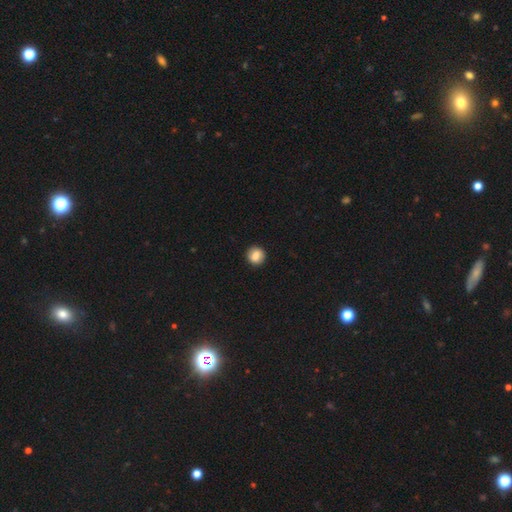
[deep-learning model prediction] Morphology: type=smooth (80%); roundness=round (91%); merging=none (91%).